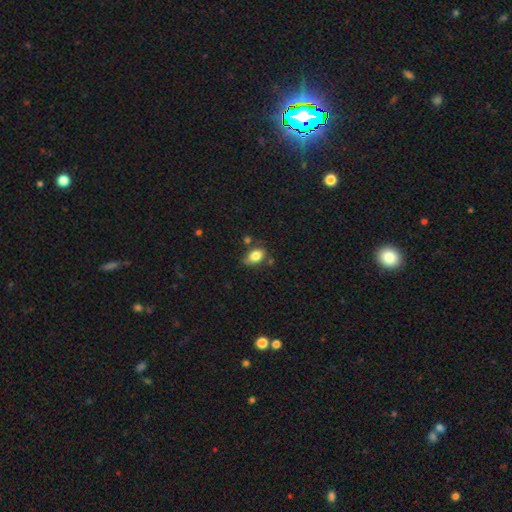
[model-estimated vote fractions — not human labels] Q: Smooth or featured?
A: smooth (81%); runner-up: featured or disk (10%)
Q: How rounded?
A: in between (82%); runner-up: round (15%)
Q: Merging?
A: none (55%); runner-up: minor disturbance (30%)